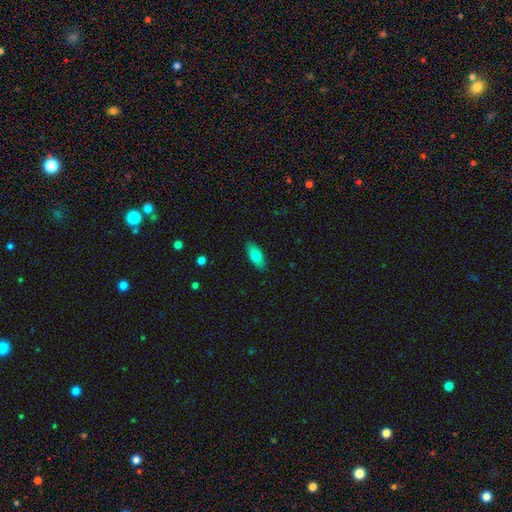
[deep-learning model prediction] Smooth or featured?
  - smooth: 78% *
  - featured or disk: 16%
  - star or artifact: 7%
How rounded?
  - in between: 84% *
  - cigar-shaped: 13%
  - round: 3%
Merging?
  - none: 88% *
  - minor disturbance: 9%
  - major disturbance: 2%
  - merger: 1%